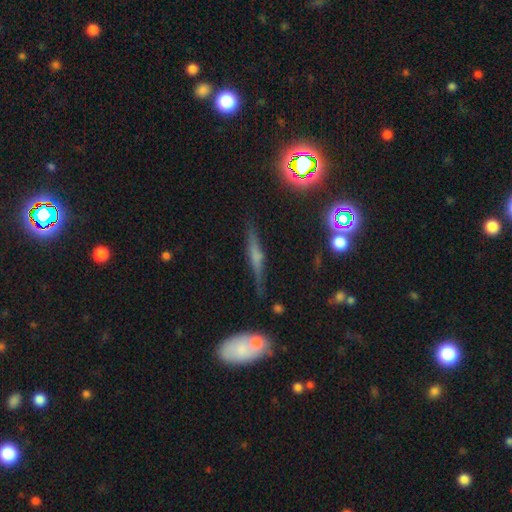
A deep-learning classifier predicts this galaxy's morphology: Smooth or featured: featured or disk — 56% (smooth — 30%)
Edge-on disk: yes — 93% (no — 7%)
Edge-on bulge: rounded — 54% (none — 25%)
Merging: none — 78% (minor disturbance — 14%)